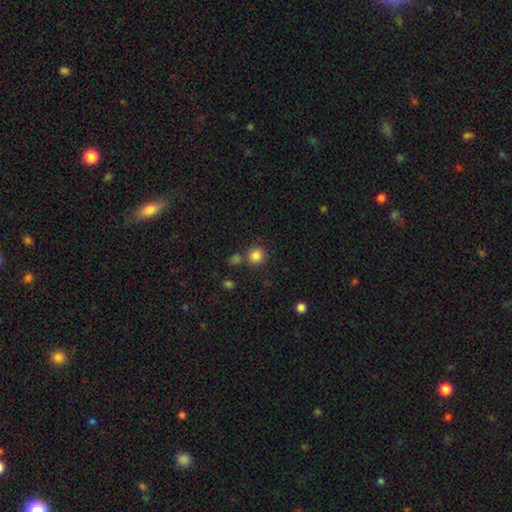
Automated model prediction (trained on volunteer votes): Smooth or featured?
  - smooth: 84% *
  - star or artifact: 11%
  - featured or disk: 4%
How rounded?
  - round: 91% *
  - in between: 8%
  - cigar-shaped: 1%
Merging?
  - none: 74% *
  - merger: 13%
  - minor disturbance: 9%
  - major disturbance: 4%